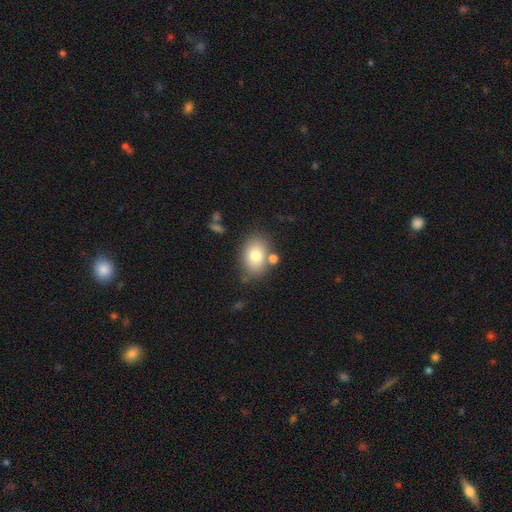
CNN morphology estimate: smooth 78%, featured or disk 14%, star or artifact 9%. Down the decision tree: how rounded — in between (78%); merging — none (73%).